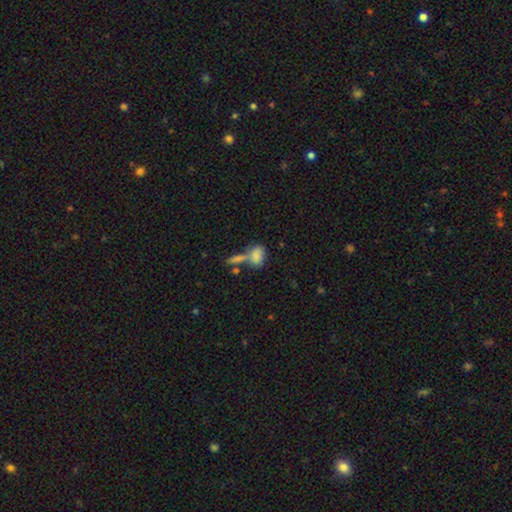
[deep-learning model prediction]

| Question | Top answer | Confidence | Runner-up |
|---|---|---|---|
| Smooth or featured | smooth | 76% | featured or disk (14%) |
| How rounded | in between | 81% | cigar-shaped (10%) |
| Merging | merger | 49% | none (32%) |